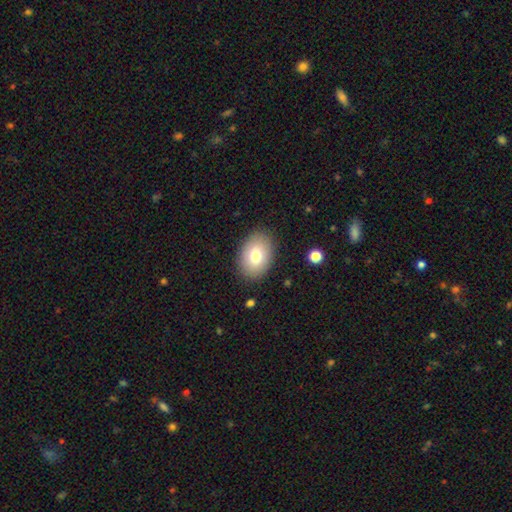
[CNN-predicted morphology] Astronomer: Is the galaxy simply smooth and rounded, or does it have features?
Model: smooth — 76%.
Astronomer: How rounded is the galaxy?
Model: in between — 81%.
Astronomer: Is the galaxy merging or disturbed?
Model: none — 87%.